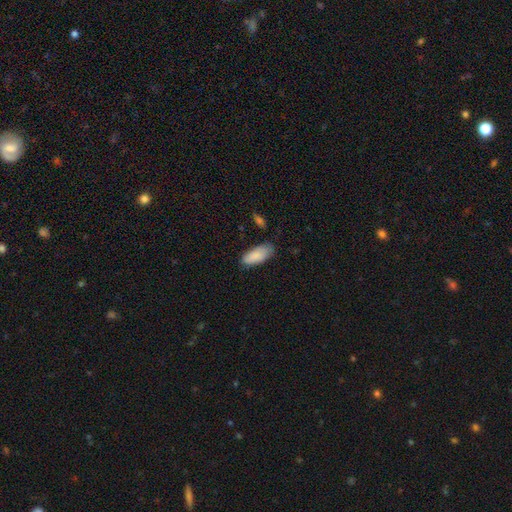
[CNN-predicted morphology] Overall: smooth (87%). How rounded: in between (84%). Merging: none (68%).